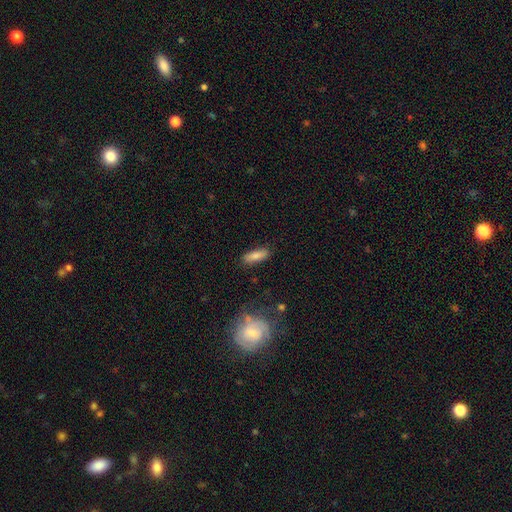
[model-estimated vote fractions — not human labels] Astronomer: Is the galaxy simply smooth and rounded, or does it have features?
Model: smooth — 80%.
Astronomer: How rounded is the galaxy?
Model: in between — 53% (runner-up: cigar-shaped, 45%).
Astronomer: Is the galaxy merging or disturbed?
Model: none — 85%.